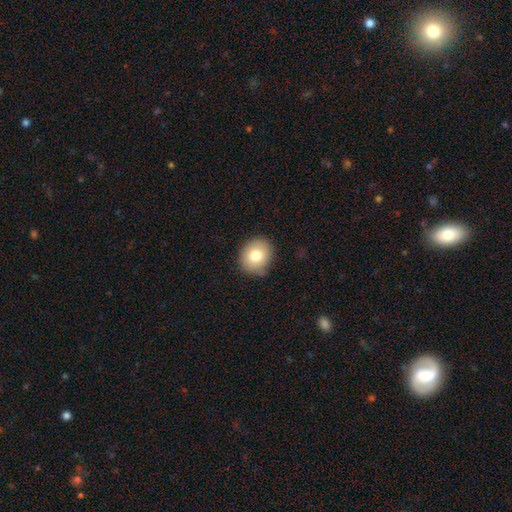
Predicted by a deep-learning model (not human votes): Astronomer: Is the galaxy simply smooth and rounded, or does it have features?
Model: smooth — 78%.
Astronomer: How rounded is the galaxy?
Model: round — 72%.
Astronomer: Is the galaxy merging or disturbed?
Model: none — 80%.